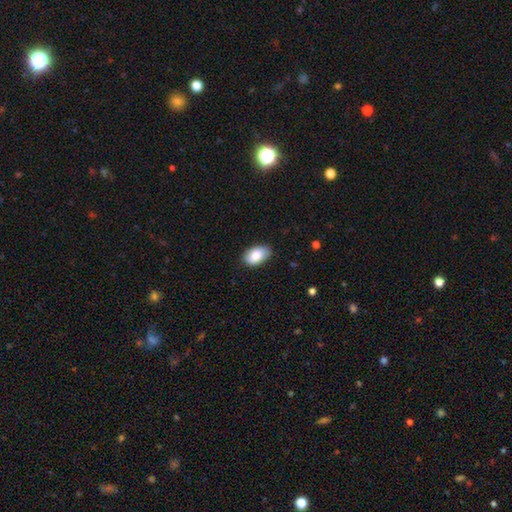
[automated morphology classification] The model was most divided on "merging": none: 82%, minor disturbance: 15%, major disturbance: 2%, merger: 1%. More confident: how rounded — in between (92%); smooth or featured — smooth (85%).